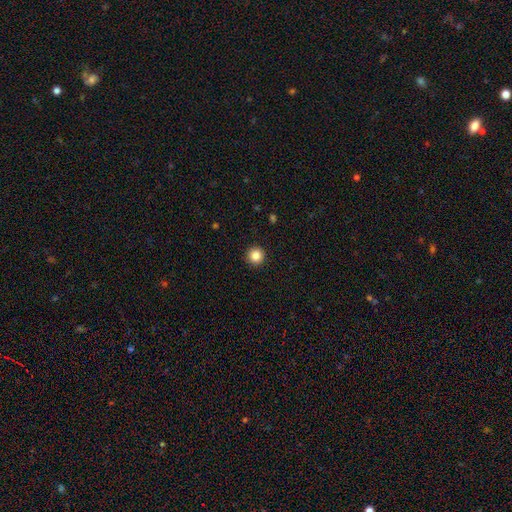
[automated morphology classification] smooth 86%, star or artifact 10%, featured or disk 4%. Down the decision tree: how rounded — round (96%); merging — none (93%).